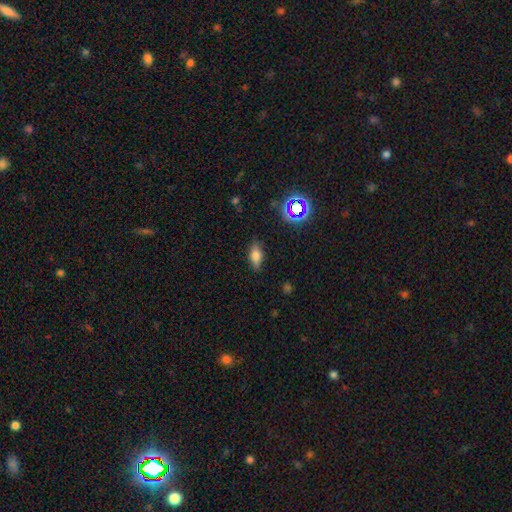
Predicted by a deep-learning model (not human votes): A smooth galaxy with no disk features (65%) that is in between round and cigar-shaped (75%).

Vote fractions:
- Smooth or featured? smooth: 65% / featured or disk: 23% / star or artifact: 13%
- How rounded? in between: 75% / cigar-shaped: 19% / round: 5%
- Merging? none: 83% / minor disturbance: 13% / major disturbance: 3% / merger: 1%